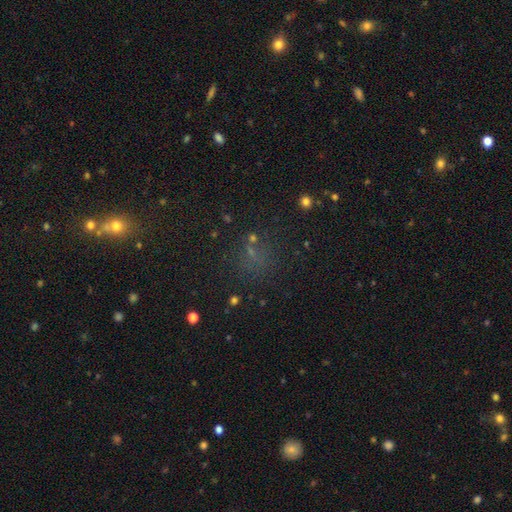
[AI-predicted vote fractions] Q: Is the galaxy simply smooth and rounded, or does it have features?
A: star or artifact — 46%.